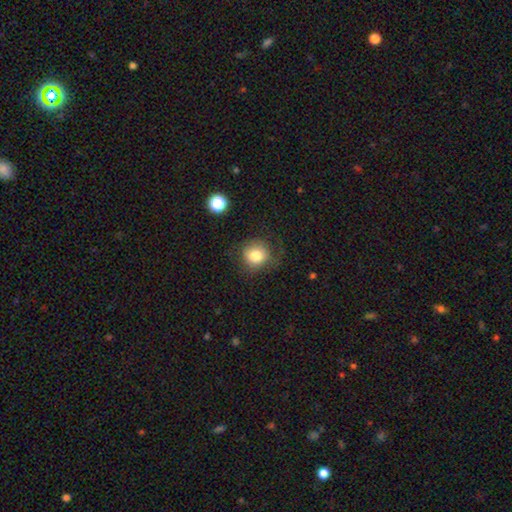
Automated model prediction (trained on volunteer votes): This is likely a smooth galaxy (80%). How rounded: clearly round (86%). Merging: likely none (69%).